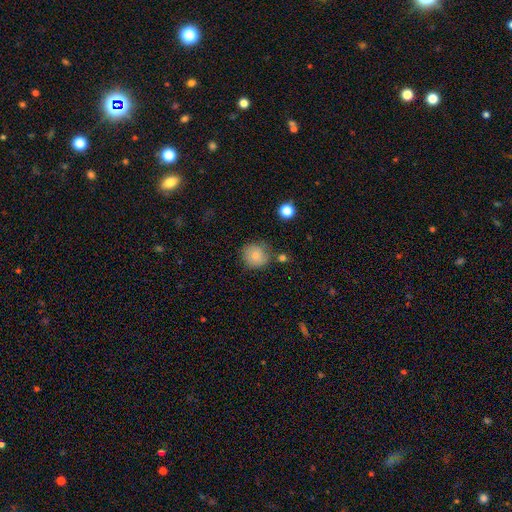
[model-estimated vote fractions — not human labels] smooth 77%, featured or disk 12%, star or artifact 10%. Down the decision tree: how rounded — round (87%); merging — none (72%).